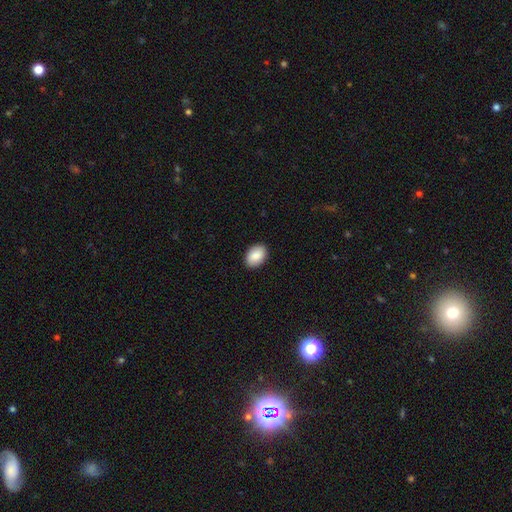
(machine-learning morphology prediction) The model was most divided on "how rounded": in between: 86%, round: 13%, cigar-shaped: 1%. More confident: merging — none (91%); smooth or featured — smooth (89%).